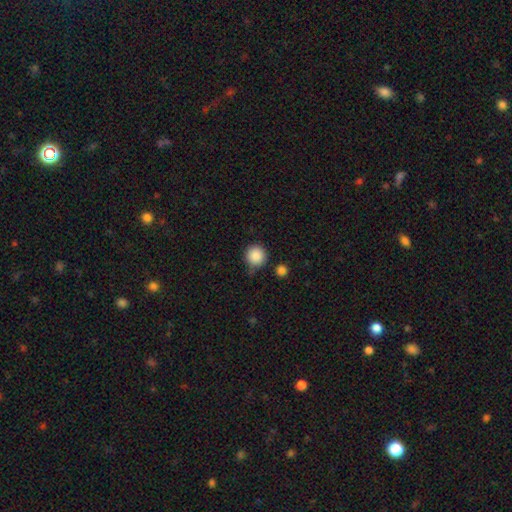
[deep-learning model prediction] Smooth or featured? Predicted: smooth (p=0.88). How rounded? Predicted: round (p=0.95). Merging? Predicted: none (p=0.81).